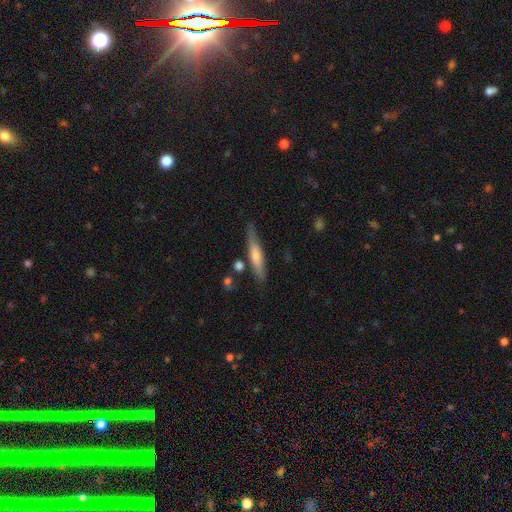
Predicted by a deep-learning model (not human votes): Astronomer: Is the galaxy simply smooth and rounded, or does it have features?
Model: smooth — 50% (runner-up: featured or disk, 44%).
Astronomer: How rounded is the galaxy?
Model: cigar-shaped — 89%.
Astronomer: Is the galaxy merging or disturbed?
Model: none — 76%.